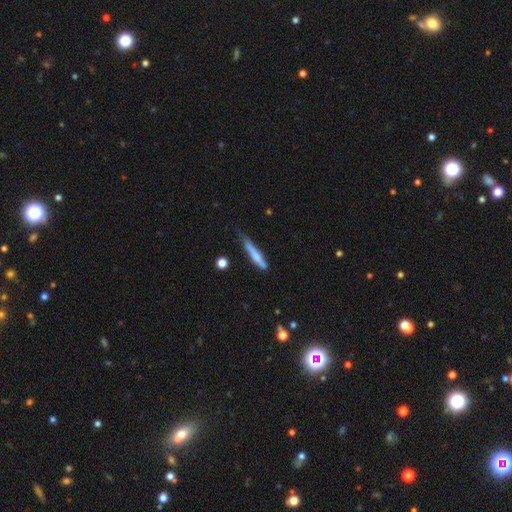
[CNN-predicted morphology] This appears to be a smooth galaxy with no disk features (68%) that is cigar-shaped (92%). Merging: none (50%).